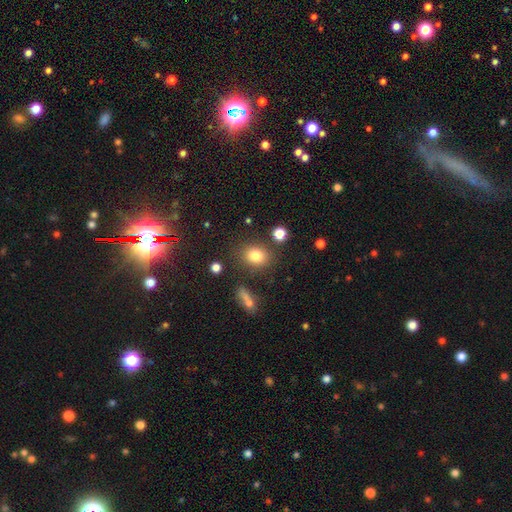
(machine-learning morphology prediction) smooth_or_featured: smooth (p=0.80) [alt: star or artifact p=0.12]
how_rounded: in between (p=0.51) [alt: round p=0.47]
merging: none (p=0.79) [alt: minor disturbance p=0.11]